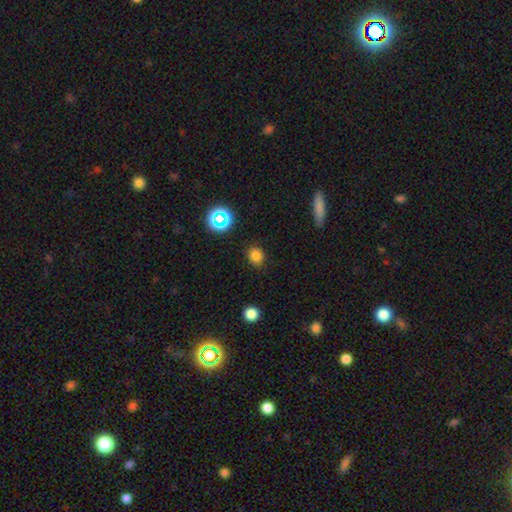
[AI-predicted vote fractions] Morphology: type=smooth (79%); roundness=round (72%); merging=none (87%).